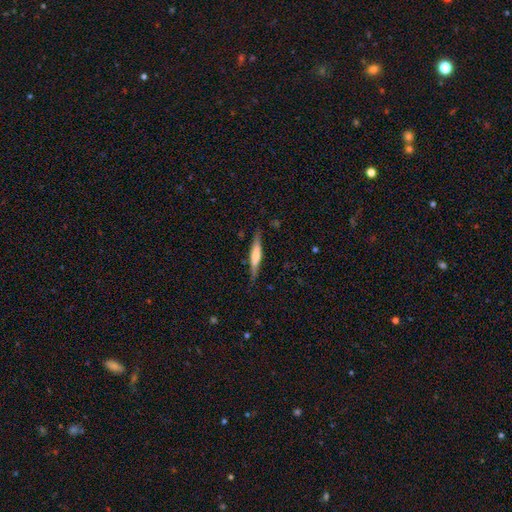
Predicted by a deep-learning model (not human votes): This appears to be a featured or disk galaxy (47%, tied with smooth). Merging: none (83%).